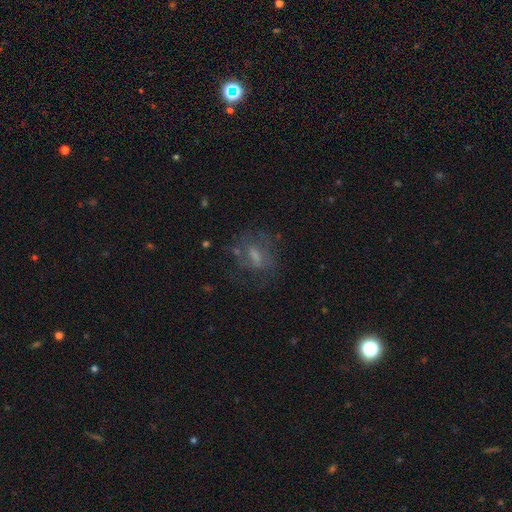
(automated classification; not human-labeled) The model was most divided on "smooth or featured": featured or disk: 46%, smooth: 40%, star or artifact: 14%. More confident: merging — none (56%).